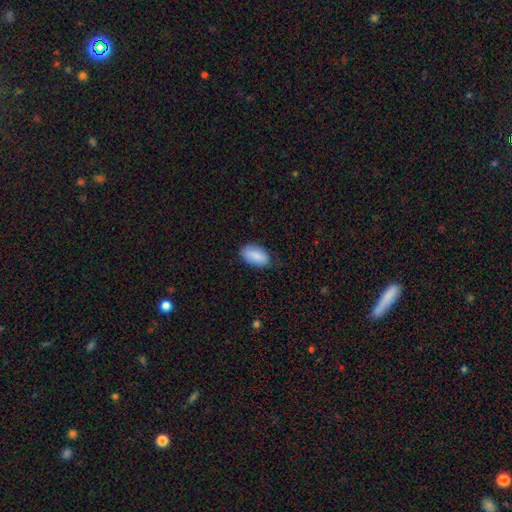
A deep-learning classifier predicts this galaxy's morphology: Smooth or featured?
  - smooth: 87% *
  - featured or disk: 7%
  - star or artifact: 6%
How rounded?
  - in between: 94% *
  - round: 4%
  - cigar-shaped: 2%
Merging?
  - none: 80% *
  - minor disturbance: 16%
  - major disturbance: 3%
  - merger: 1%